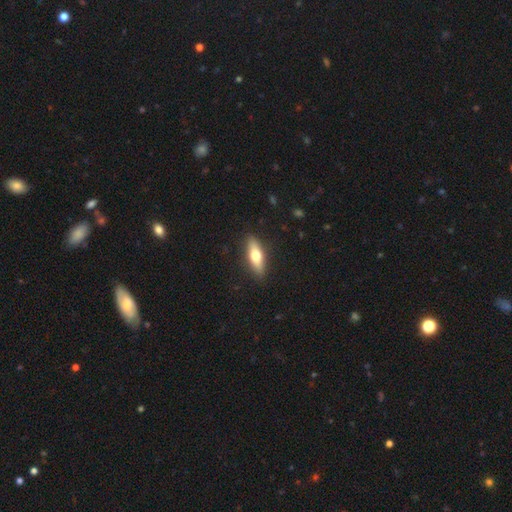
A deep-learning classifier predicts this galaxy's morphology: Smooth or featured?
  - smooth: 56% *
  - featured or disk: 39%
  - star or artifact: 6%
How rounded?
  - cigar-shaped: 51% *
  - in between: 46%
  - round: 3%
Merging?
  - none: 89% *
  - minor disturbance: 8%
  - major disturbance: 2%
  - merger: 1%